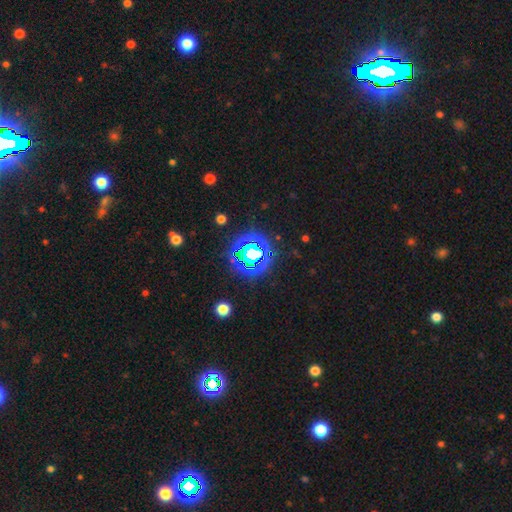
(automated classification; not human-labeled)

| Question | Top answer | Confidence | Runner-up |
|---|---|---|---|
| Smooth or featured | star or artifact | 72% | smooth (16%) |